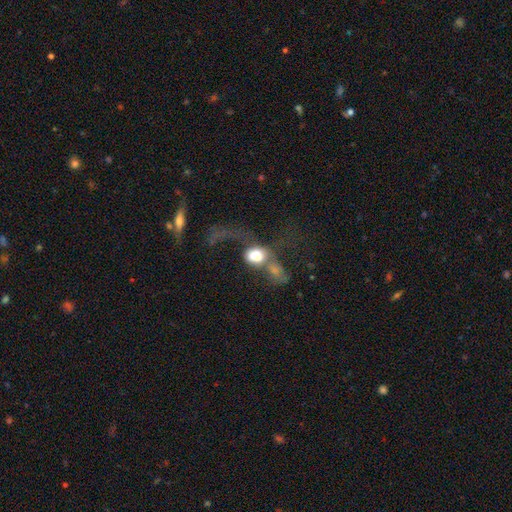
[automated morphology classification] This appears to be a smooth galaxy with no disk features (62%) that is in between round and cigar-shaped (50%). Merging: merger (44%).